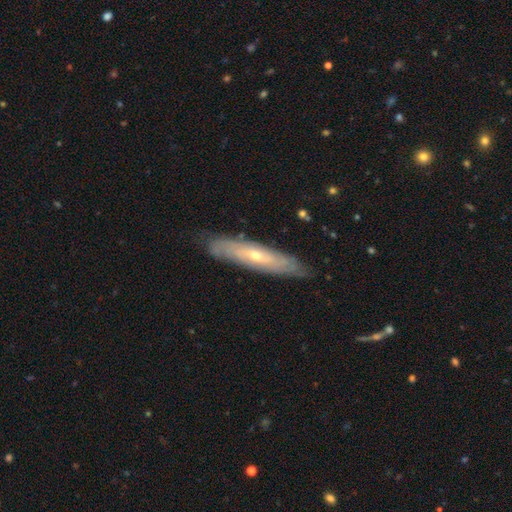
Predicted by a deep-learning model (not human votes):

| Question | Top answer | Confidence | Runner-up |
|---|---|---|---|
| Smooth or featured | featured or disk | 67% | smooth (27%) |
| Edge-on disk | yes | 52% | no (48%) |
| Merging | none | 83% | minor disturbance (13%) |